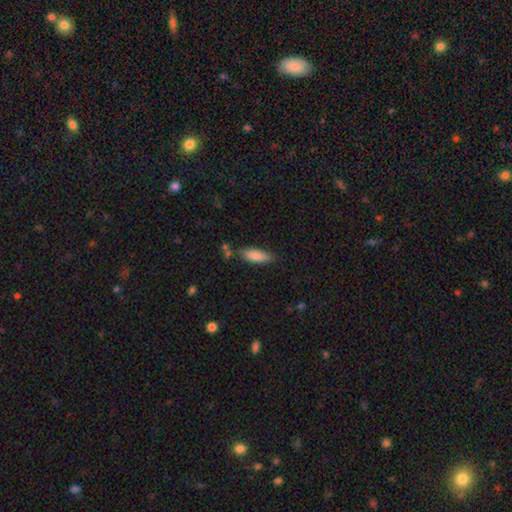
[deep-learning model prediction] Q: Smooth or featured?
A: smooth (83%); runner-up: featured or disk (11%)
Q: How rounded?
A: in between (59%); runner-up: cigar-shaped (39%)
Q: Merging?
A: none (76%); runner-up: minor disturbance (16%)